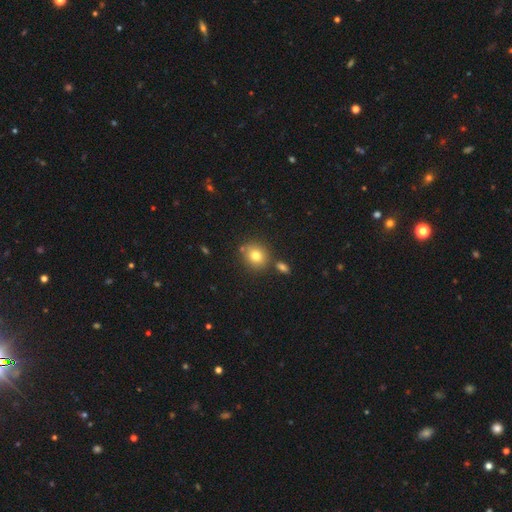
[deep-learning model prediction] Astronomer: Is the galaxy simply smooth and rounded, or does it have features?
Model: smooth — 77%.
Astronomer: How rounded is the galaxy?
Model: round — 81%.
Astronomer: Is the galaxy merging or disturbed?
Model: none — 75%.